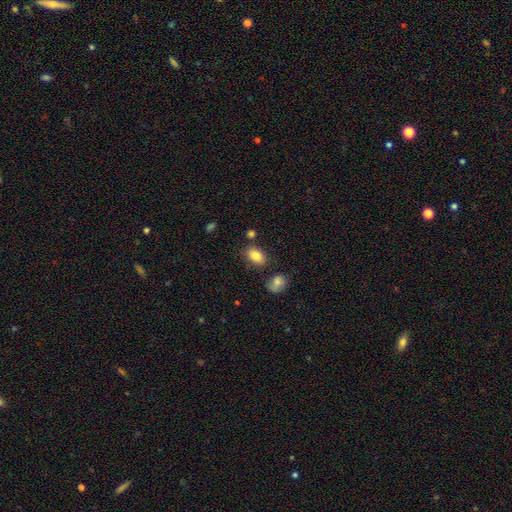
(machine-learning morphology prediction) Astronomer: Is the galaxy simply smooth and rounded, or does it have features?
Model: smooth — 84%.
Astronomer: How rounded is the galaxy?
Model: in between — 82%.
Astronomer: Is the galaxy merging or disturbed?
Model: none — 74%.